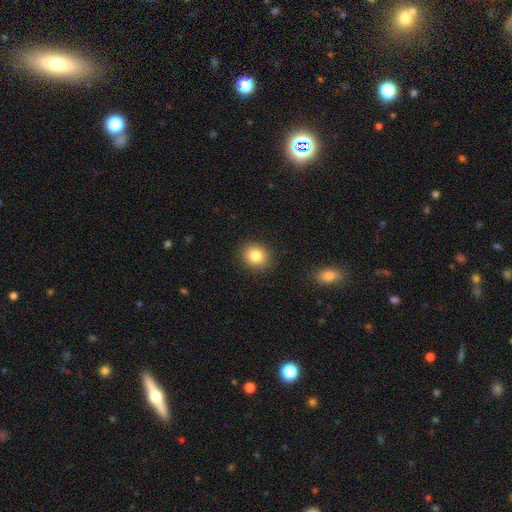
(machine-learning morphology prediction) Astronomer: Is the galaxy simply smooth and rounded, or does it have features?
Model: smooth — 83%.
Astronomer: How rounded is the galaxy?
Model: round — 73%.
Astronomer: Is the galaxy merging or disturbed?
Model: none — 89%.